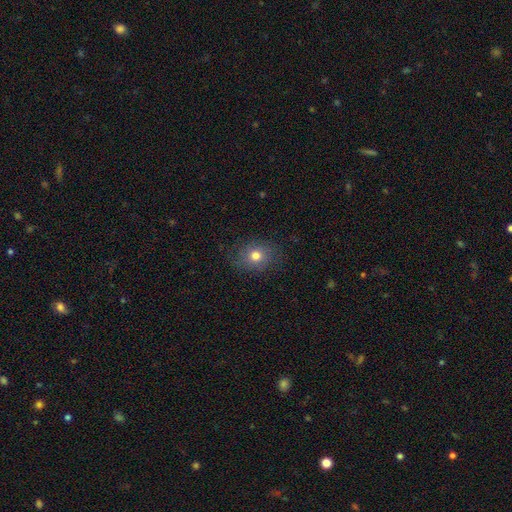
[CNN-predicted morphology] Smooth or featured? smooth (75%)
How rounded? round (62%)
Merging? none (81%)